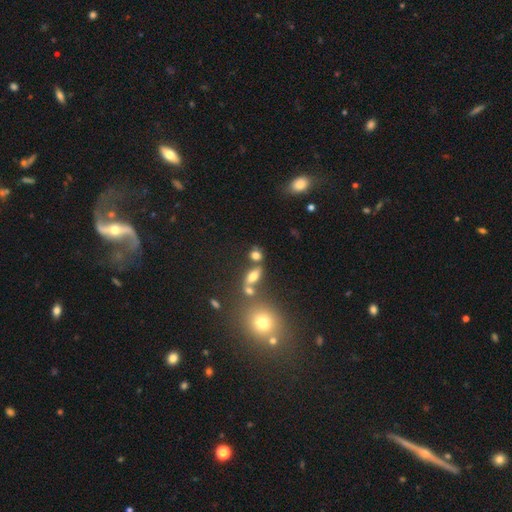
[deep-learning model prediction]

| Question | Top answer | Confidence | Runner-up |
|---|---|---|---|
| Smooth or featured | smooth | 64% | featured or disk (21%) |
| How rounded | in between | 58% | round (24%) |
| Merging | none | 56% | merger (25%) |